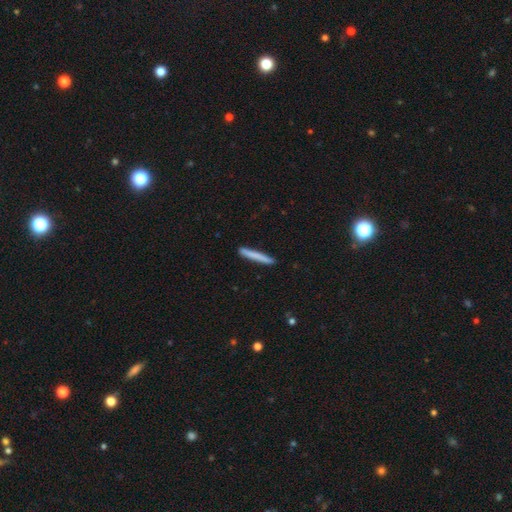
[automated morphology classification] smooth-or-featured: smooth: 76% | featured or disk: 18% | star or artifact: 6%
  how-rounded: cigar-shaped: 97% | in between: 2% | round: 1%
  merging: none: 91% | minor disturbance: 6% | major disturbance: 1% | merger: 1%